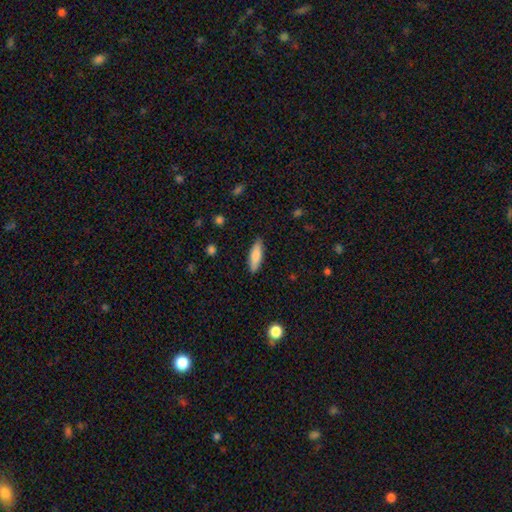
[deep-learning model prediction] Smooth or featured?
  - smooth: 82% *
  - featured or disk: 12%
  - star or artifact: 6%
How rounded?
  - cigar-shaped: 52% *
  - in between: 47%
  - round: 2%
Merging?
  - none: 86% *
  - minor disturbance: 11%
  - major disturbance: 2%
  - merger: 1%